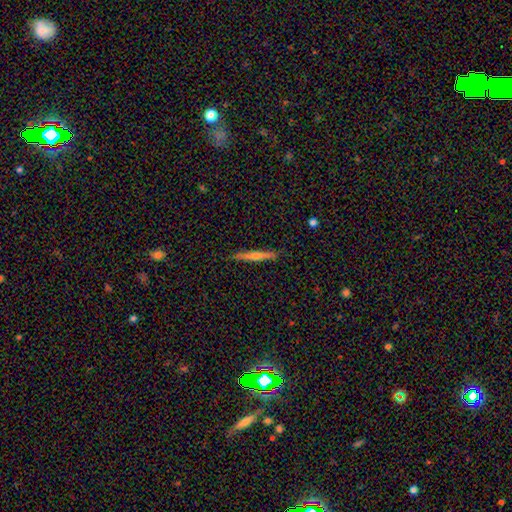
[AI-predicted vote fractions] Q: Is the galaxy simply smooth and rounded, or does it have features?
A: featured or disk — 55%.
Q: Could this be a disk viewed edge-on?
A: yes — 96%.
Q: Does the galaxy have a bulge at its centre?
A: rounded — 71%.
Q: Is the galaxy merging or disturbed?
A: none — 89%.